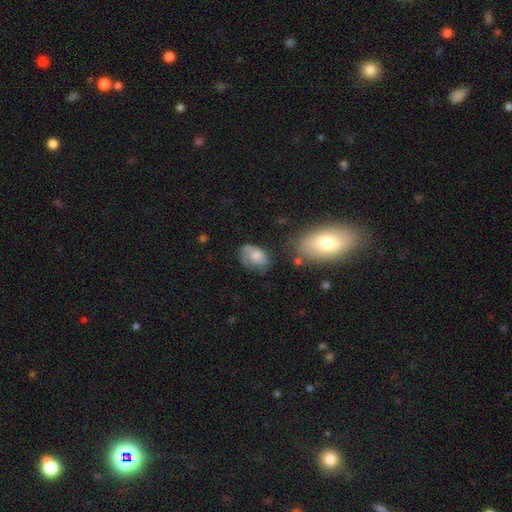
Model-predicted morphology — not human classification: A smooth galaxy with no disk features (48%). Merging: none (47%).